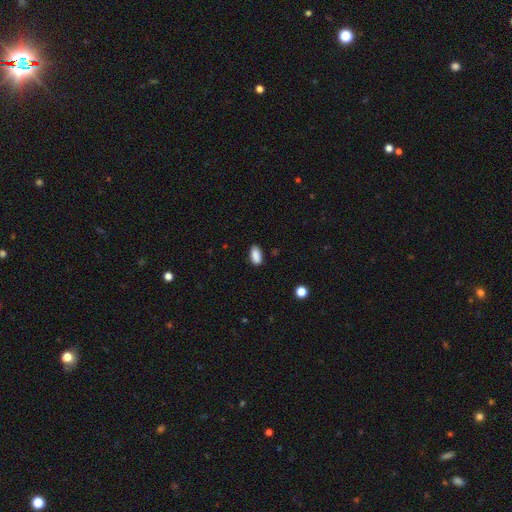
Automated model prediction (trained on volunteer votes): smooth_or_featured: smooth (p=0.88) [alt: star or artifact p=0.08]
how_rounded: in between (p=0.92) [alt: cigar-shaped p=0.05]
merging: none (p=0.84) [alt: minor disturbance p=0.12]